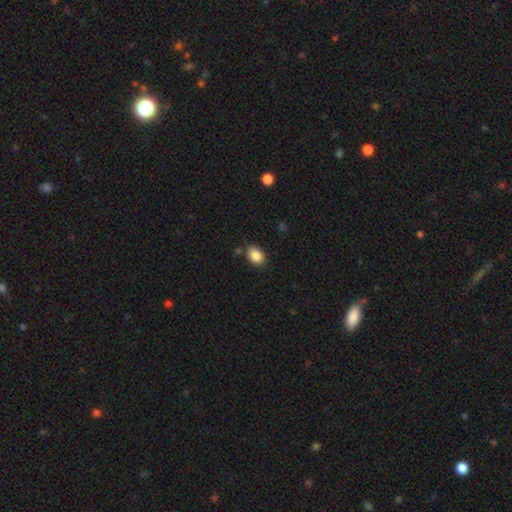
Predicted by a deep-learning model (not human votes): smooth-or-featured: smooth: 86% | star or artifact: 8% | featured or disk: 5%
  how-rounded: in between: 75% | round: 24% | cigar-shaped: 1%
  merging: none: 81% | minor disturbance: 13% | merger: 4% | major disturbance: 3%